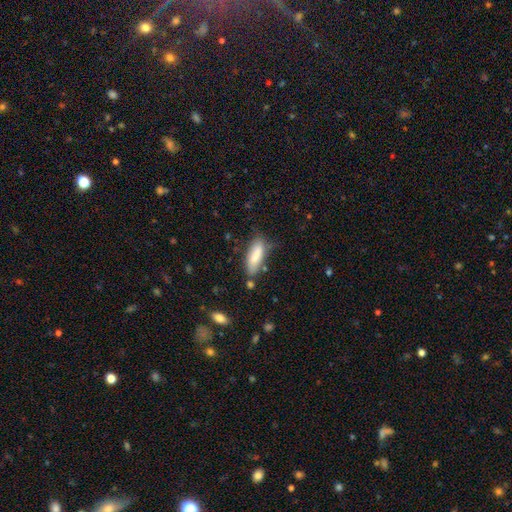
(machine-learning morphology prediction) A smooth galaxy with no disk features (81%) that is in between round and cigar-shaped (59%). Merging: none (64%).